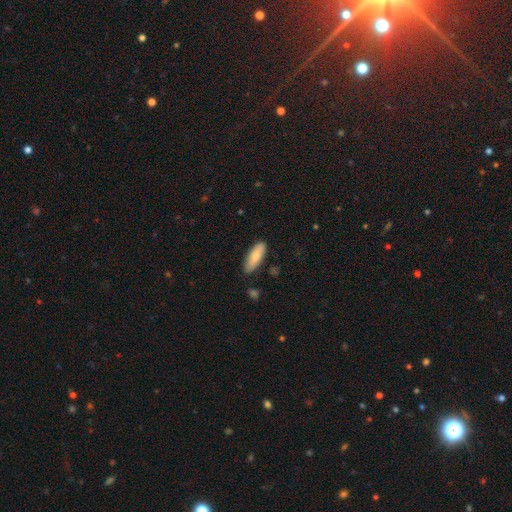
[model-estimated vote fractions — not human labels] Q: Smooth or featured?
A: smooth (81%); runner-up: featured or disk (13%)
Q: How rounded?
A: in between (64%); runner-up: cigar-shaped (34%)
Q: Merging?
A: none (82%); runner-up: minor disturbance (14%)